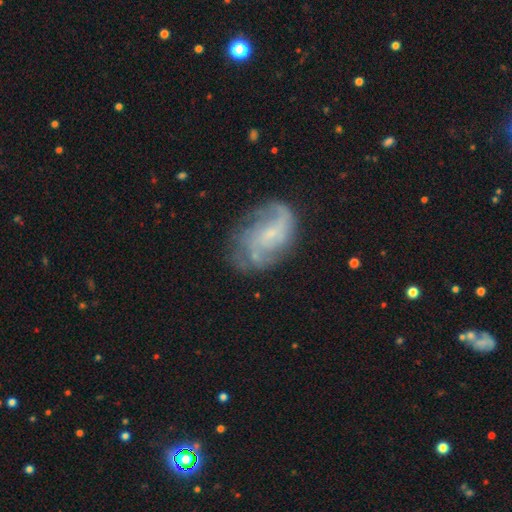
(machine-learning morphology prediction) This appears to be a featured or disk galaxy (74%) with no bar (50%), 2 (45%) medium (42%) spiral arms (86%) and a small central bulge (59%). Merging: none (55%).